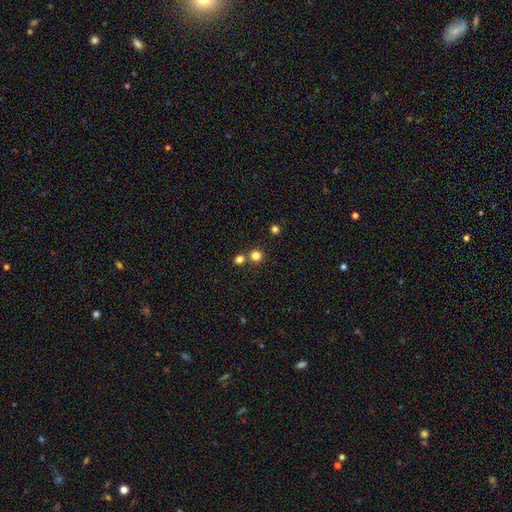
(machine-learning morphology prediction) smooth_or_featured: smooth (p=0.79) [alt: star or artifact p=0.16]
how_rounded: round (p=0.92) [alt: in between p=0.07]
merging: none (p=0.71) [alt: merger p=0.21]